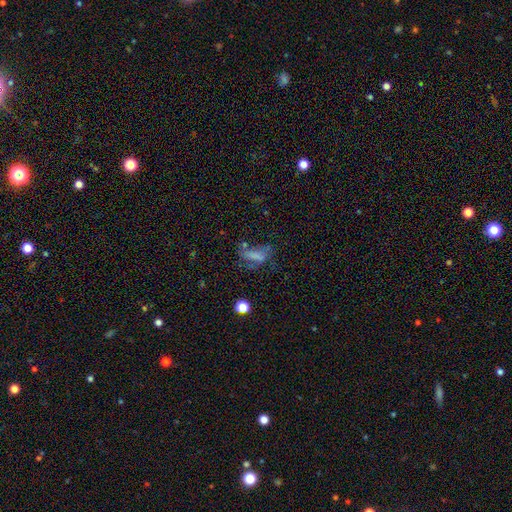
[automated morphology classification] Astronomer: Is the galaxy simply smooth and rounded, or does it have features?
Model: smooth — 61%.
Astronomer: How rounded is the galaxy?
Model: in between — 64%.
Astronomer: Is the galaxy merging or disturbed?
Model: none — 38% (runner-up: major disturbance, 29%).